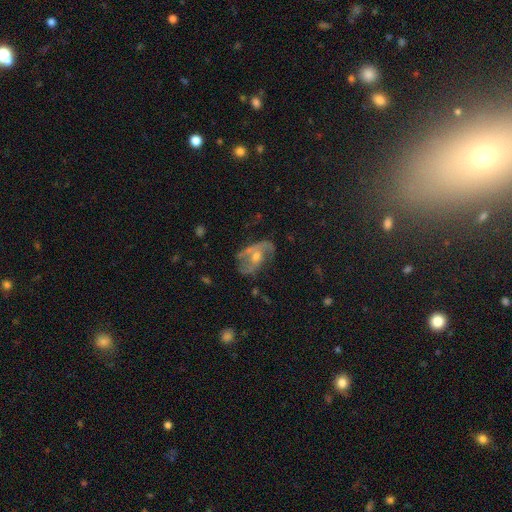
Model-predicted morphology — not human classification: Overall: featured or disk (71%). Edge-on disk: no (95%). Bar: no (64%; weak 27%). Spiral arms: yes (78%). Spiral arm count: 2 (56%; can't tell 21%). Spiral winding: medium (43%; loose 36%). Bulge size: moderate (61%; small 32%). Merging: none (52%; minor disturbance 24%).